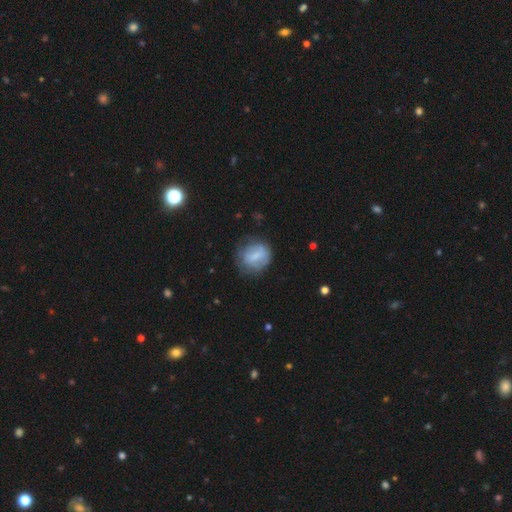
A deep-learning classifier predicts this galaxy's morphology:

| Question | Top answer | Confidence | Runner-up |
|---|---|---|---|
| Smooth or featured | smooth | 61% | featured or disk (31%) |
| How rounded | round | 73% | in between (26%) |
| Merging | none | 62% | minor disturbance (24%) |